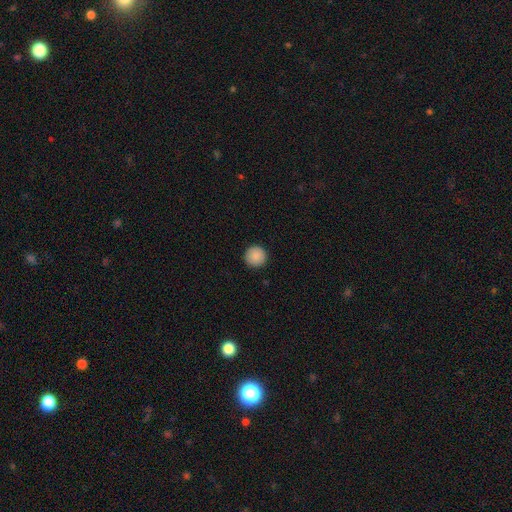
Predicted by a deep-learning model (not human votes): Morphology: type=smooth (89%); roundness=round (96%); merging=none (93%).